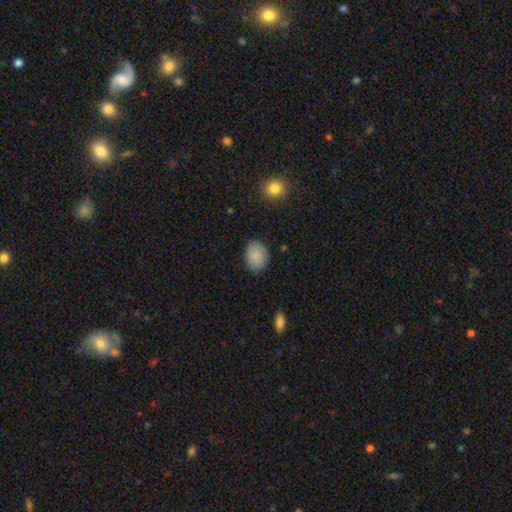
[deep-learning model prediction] Overall: smooth (87%). How rounded: in between (73%). Merging: none (84%).